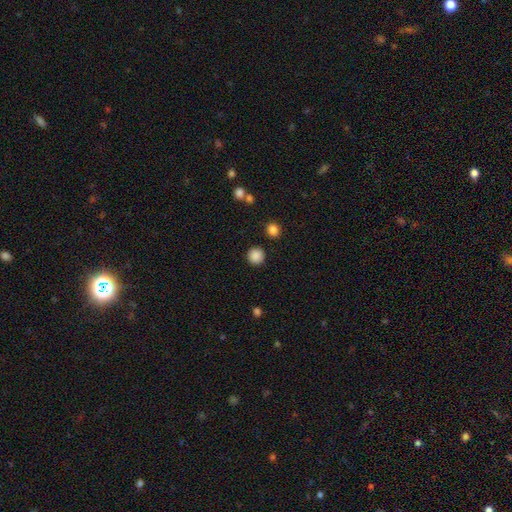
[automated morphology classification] Smooth or featured?
  - smooth: 87% *
  - star or artifact: 10%
  - featured or disk: 3%
How rounded?
  - round: 94% *
  - in between: 5%
  - cigar-shaped: 1%
Merging?
  - none: 89% *
  - minor disturbance: 6%
  - major disturbance: 2%
  - merger: 2%